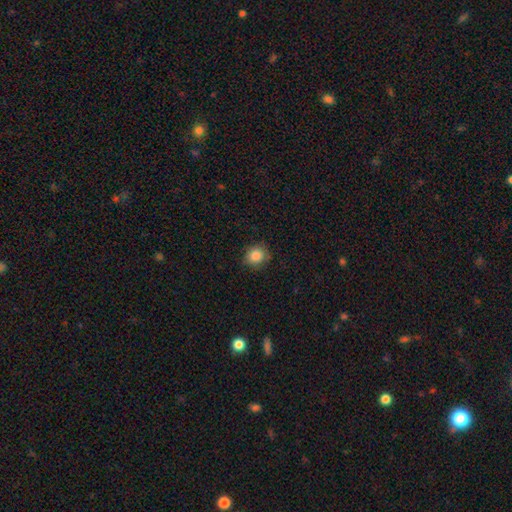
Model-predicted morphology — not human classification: Smooth or featured? Predicted: smooth (p=0.85). How rounded? Predicted: round (p=0.81). Merging? Predicted: none (p=0.85).